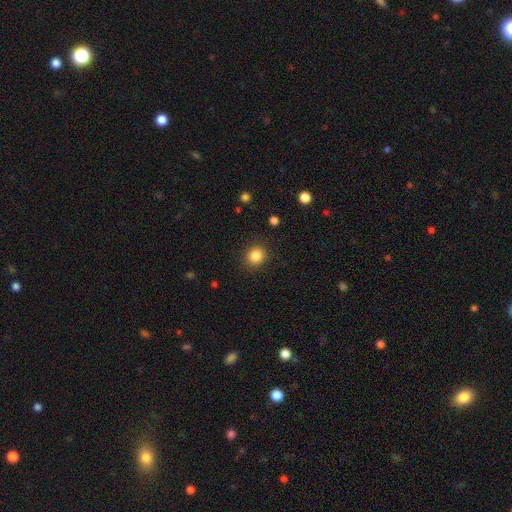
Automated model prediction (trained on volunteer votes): The model was most divided on "how rounded": round: 87%, in between: 13%, cigar-shaped: 1%. More confident: merging — none (89%); smooth or featured — smooth (85%).